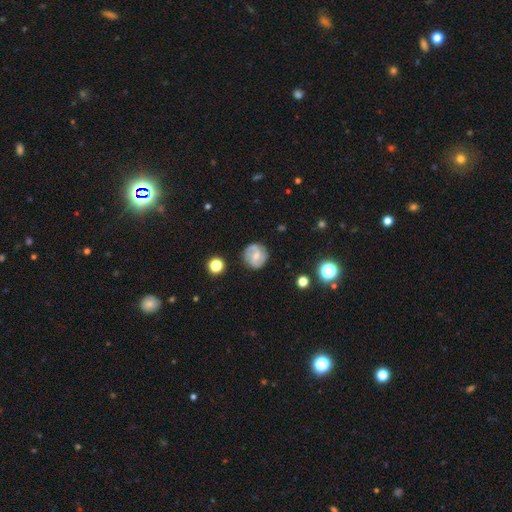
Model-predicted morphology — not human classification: The model was most divided on "bulge size": moderate: 45%, small: 44%, none: 6%, large: 3%, dominant: 1%. Remaining: edge-on disk — no (97%); merging — none (79%); spiral arms — yes (73%); smooth or featured — featured or disk (54%); bar — weak (46%).